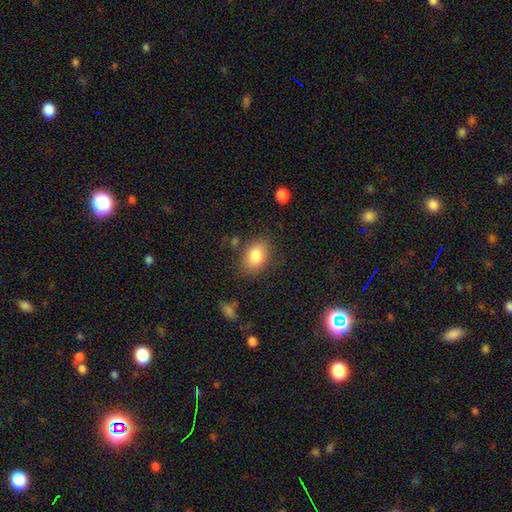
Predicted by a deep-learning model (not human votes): Smooth or featured: smooth — 83% (featured or disk — 9%)
How rounded: in between — 79% (round — 20%)
Merging: none — 79% (minor disturbance — 14%)